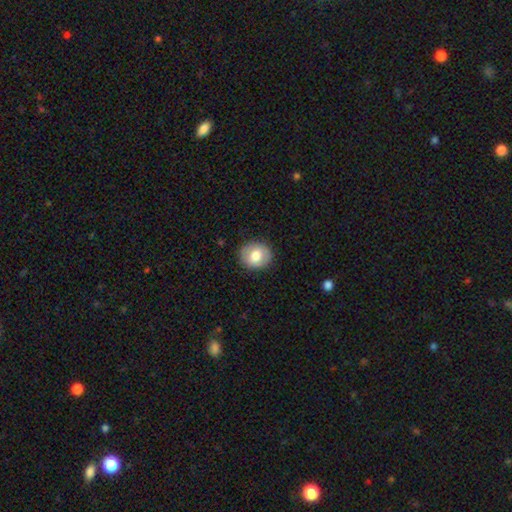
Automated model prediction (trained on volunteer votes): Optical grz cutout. It shows a smooth galaxy with no disk features (74%) that is round (70%). Merging: none (88%).